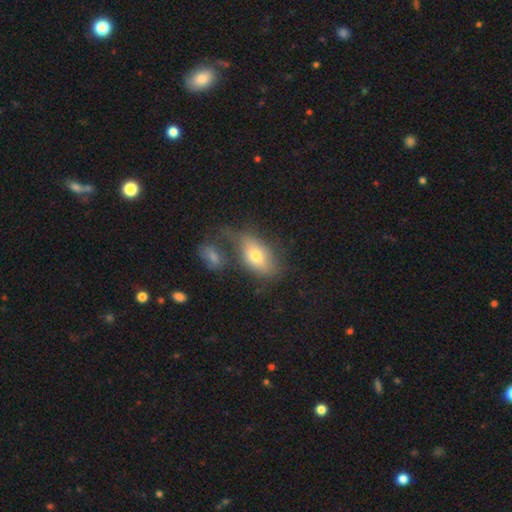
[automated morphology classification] smooth 68%, featured or disk 23%, star or artifact 9%. Down the decision tree: how rounded — in between (88%); merging — none (43%).